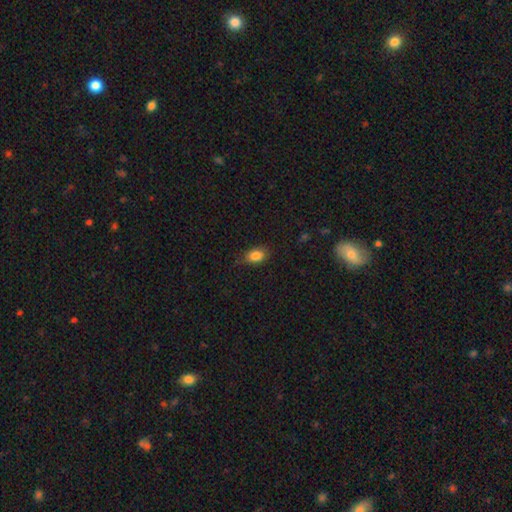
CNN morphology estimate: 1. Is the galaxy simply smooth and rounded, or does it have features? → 85% smooth, 9% star or artifact, 6% featured or disk.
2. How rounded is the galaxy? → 80% in between, 18% round, 2% cigar-shaped.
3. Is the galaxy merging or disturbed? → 79% none, 17% minor disturbance, 4% major disturbance, 1% merger.